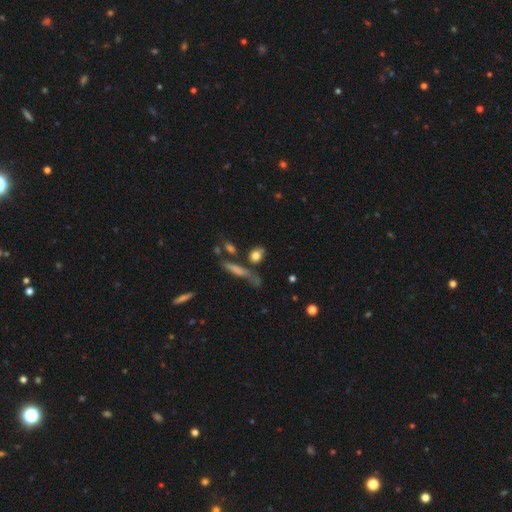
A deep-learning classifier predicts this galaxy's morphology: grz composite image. It shows a smooth galaxy with no disk features (77%) that is in between round and cigar-shaped (44%). Merging: none (60%).